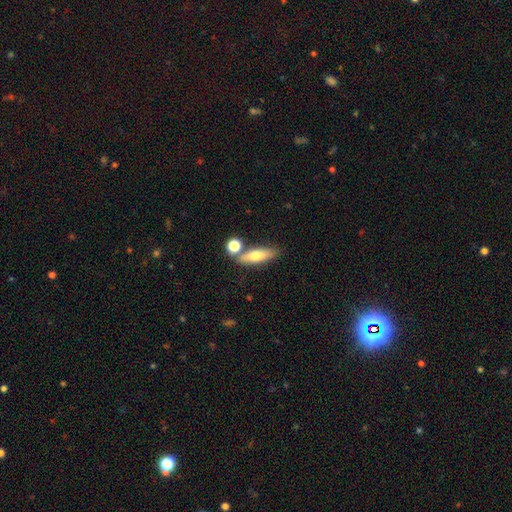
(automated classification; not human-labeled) Smooth or featured?
  - smooth: 68% *
  - featured or disk: 25%
  - star or artifact: 7%
How rounded?
  - cigar-shaped: 52% *
  - in between: 43%
  - round: 5%
Merging?
  - none: 66% *
  - merger: 17%
  - minor disturbance: 12%
  - major disturbance: 4%